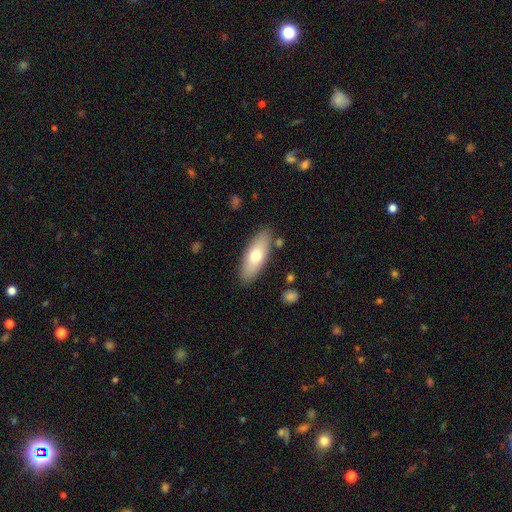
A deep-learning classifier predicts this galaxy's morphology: A smooth galaxy with no disk features (66%) that is in between round and cigar-shaped (71%).

Vote fractions:
- Smooth or featured? smooth: 66% / featured or disk: 28% / star or artifact: 6%
- How rounded? in between: 71% / cigar-shaped: 27% / round: 2%
- Merging? none: 85% / minor disturbance: 10% / major disturbance: 2% / merger: 2%